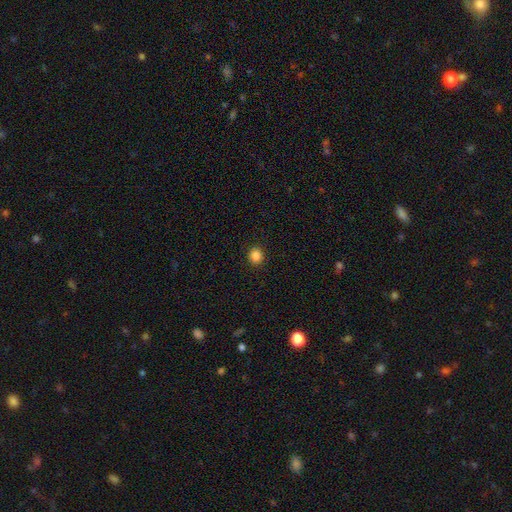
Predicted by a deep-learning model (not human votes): smooth-or-featured: smooth: 85% | star or artifact: 11% | featured or disk: 3%
  how-rounded: round: 79% | in between: 20% | cigar-shaped: 1%
  merging: none: 92% | minor disturbance: 5% | major disturbance: 2% | merger: 1%